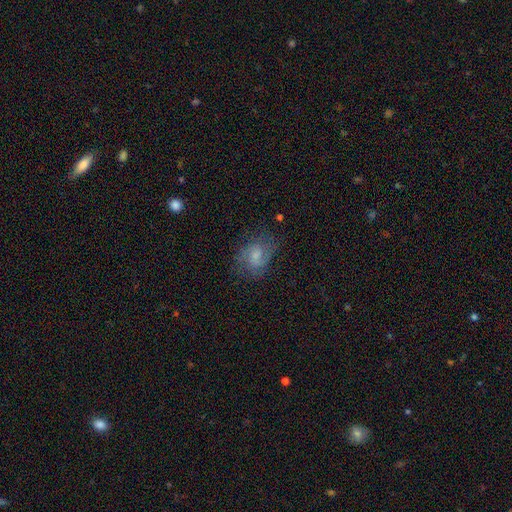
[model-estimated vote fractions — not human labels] smooth_or_featured: featured or disk (p=0.50) [alt: smooth p=0.41]
merging: none (p=0.61) [alt: minor disturbance p=0.23]